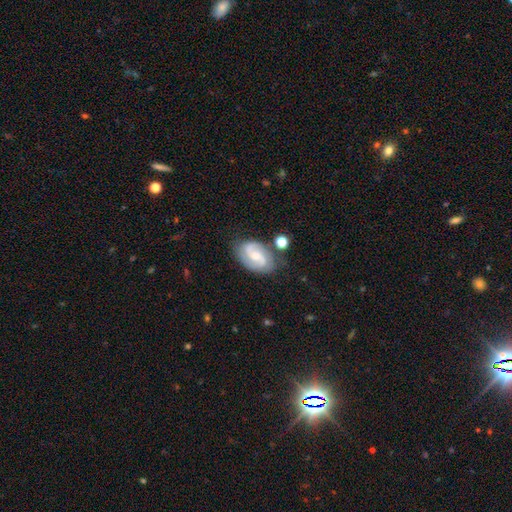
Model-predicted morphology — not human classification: This appears to be a featured or disk galaxy (81%) with a weak bar (45%), 2 (90%) medium (51%) spiral arms (96%) and a small central bulge (48%). Merging: none (74%).